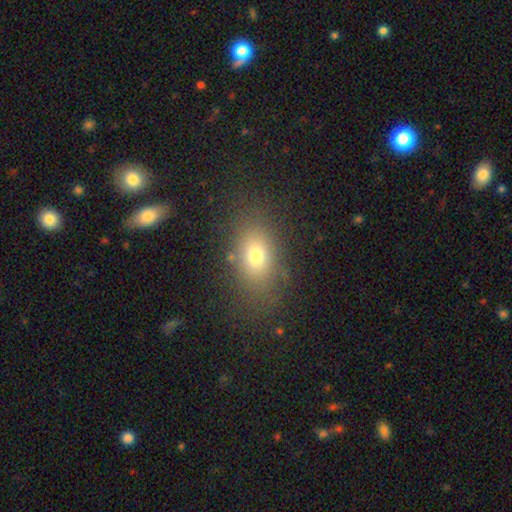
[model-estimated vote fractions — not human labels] A smooth galaxy with no disk features (75%) that is in between round and cigar-shaped (80%). Merging: none (79%).